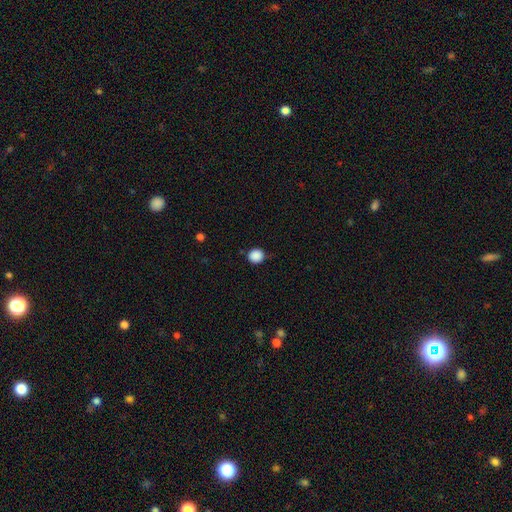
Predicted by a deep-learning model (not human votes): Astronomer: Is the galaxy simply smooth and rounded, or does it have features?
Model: smooth — 88%.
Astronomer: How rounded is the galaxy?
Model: round — 92%.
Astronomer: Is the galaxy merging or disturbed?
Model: none — 88%.